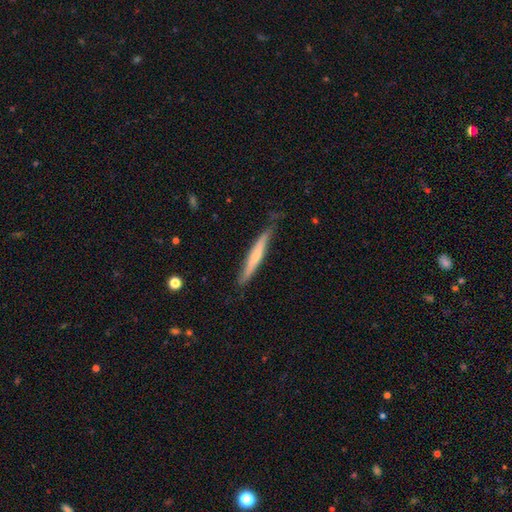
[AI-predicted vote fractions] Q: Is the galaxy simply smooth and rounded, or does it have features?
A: smooth — 48%.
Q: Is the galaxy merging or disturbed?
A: none — 74%.